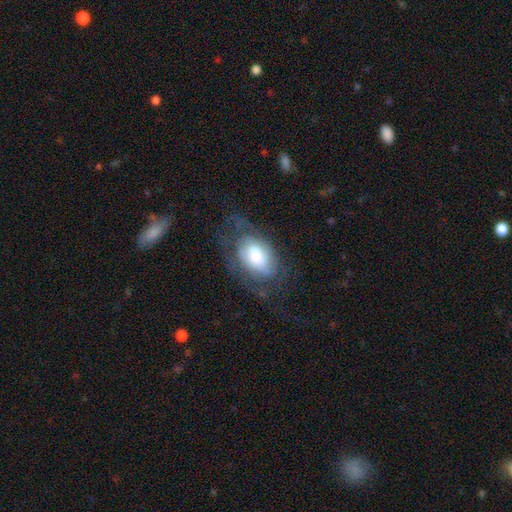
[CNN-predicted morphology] smooth_or_featured: featured or disk (p=0.56) [alt: smooth p=0.35]
disk_edge_on: no (p=0.95) [alt: yes p=0.05]
bar: no (p=0.64) [alt: weak p=0.29]
has_spiral_arms: yes (p=0.79) [alt: no p=0.21]
bulge_size: large (p=0.47) [alt: moderate p=0.27]
merging: none (p=0.51) [alt: major disturbance p=0.25]